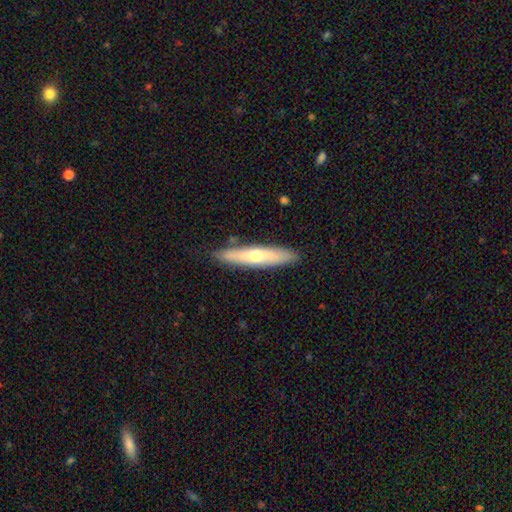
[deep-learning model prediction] This is possibly a smooth galaxy (52%). How rounded: clearly cigar-shaped (86%). Merging: clearly none (86%).